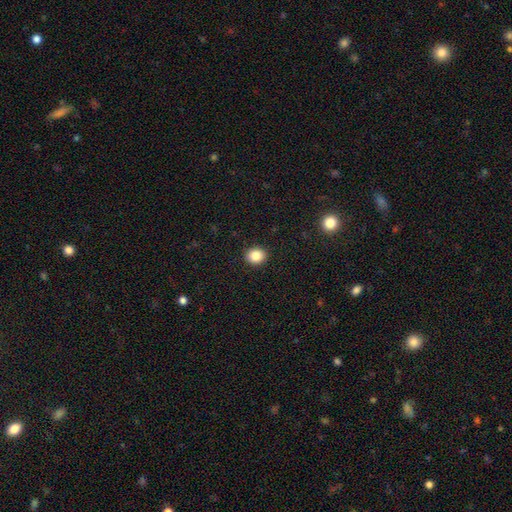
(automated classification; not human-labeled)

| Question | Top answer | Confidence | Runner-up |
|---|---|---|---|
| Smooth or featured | smooth | 86% | star or artifact (10%) |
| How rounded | round | 70% | in between (29%) |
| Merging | none | 92% | minor disturbance (6%) |